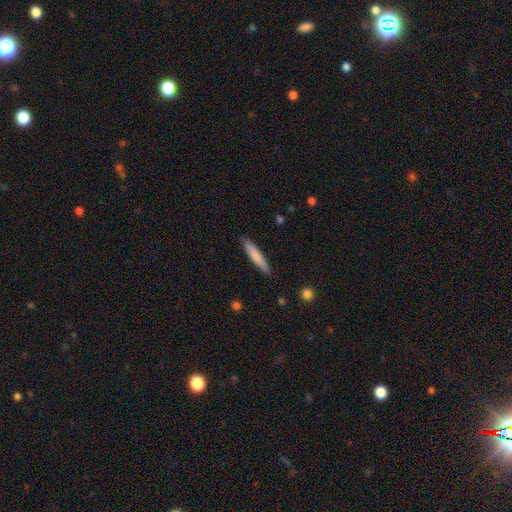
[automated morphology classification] A smooth galaxy with no disk features (76%) that is cigar-shaped (90%).

Vote fractions:
- Smooth or featured? smooth: 76% / featured or disk: 19% / star or artifact: 5%
- How rounded? cigar-shaped: 90% / in between: 8% / round: 1%
- Merging? none: 88% / minor disturbance: 9% / major disturbance: 2% / merger: 1%